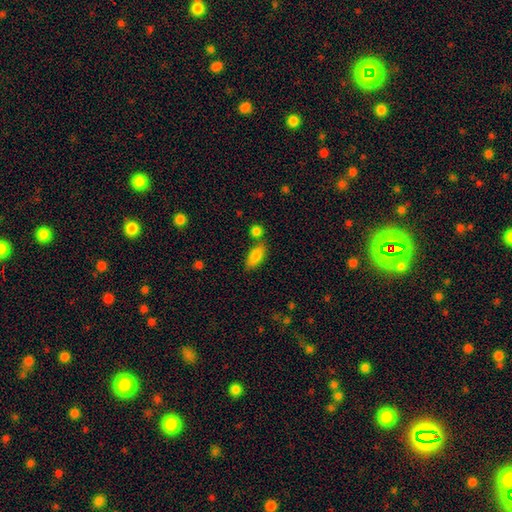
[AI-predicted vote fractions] Smooth or featured? Predicted: smooth (p=0.83). How rounded? Predicted: in between (p=0.83). Merging? Predicted: none (p=0.69).